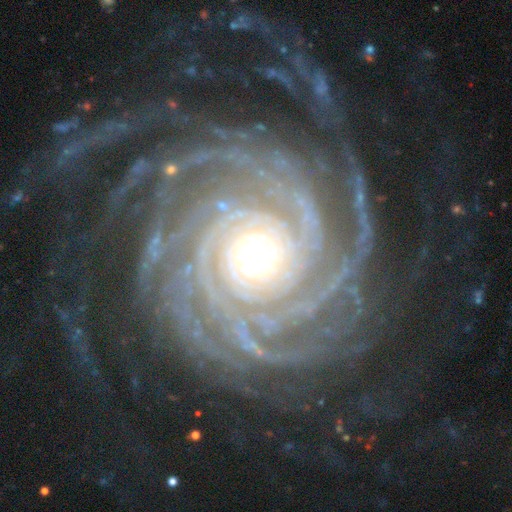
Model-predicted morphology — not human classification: smooth_or_featured: featured or disk (p=0.93) [alt: star or artifact p=0.04]
disk_edge_on: no (p=0.98) [alt: yes p=0.02]
bar: no (p=0.71) [alt: weak p=0.16]
has_spiral_arms: yes (p=0.99) [alt: no p=0.01]
spiral_winding: tight (p=0.83) [alt: medium p=0.13]
spiral_arm_count: more than 4 (p=0.37) [alt: 4 p=0.18]
bulge_size: moderate (p=0.62) [alt: small p=0.29]
merging: none (p=0.78) [alt: minor disturbance p=0.12]